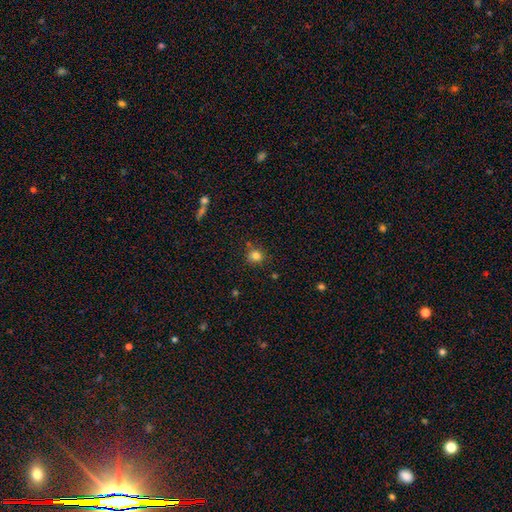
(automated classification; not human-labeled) Morphology: type=smooth (81%); roundness=round (86%); merging=none (81%).